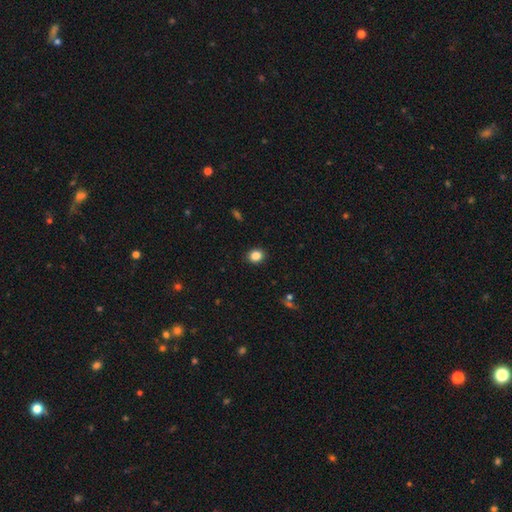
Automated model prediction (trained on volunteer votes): Q: Smooth or featured?
A: smooth (86%); runner-up: star or artifact (10%)
Q: How rounded?
A: round (61%); runner-up: in between (38%)
Q: Merging?
A: none (91%); runner-up: minor disturbance (7%)